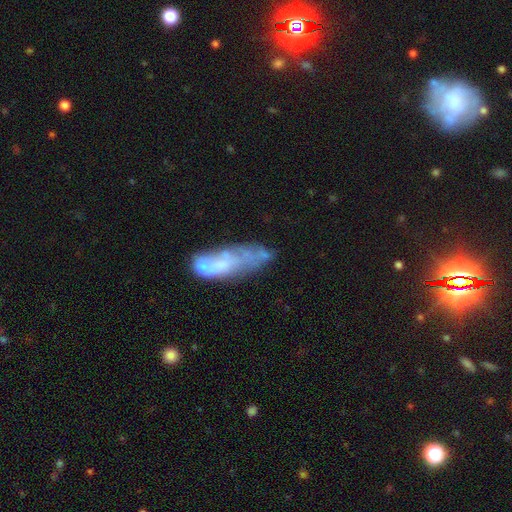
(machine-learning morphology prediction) A featured or disk galaxy (47%).

Vote fractions:
- Smooth or featured? featured or disk: 47% / smooth: 42% / star or artifact: 12%
- Merging? none: 30% / merger: 26% / major disturbance: 25% / minor disturbance: 18%